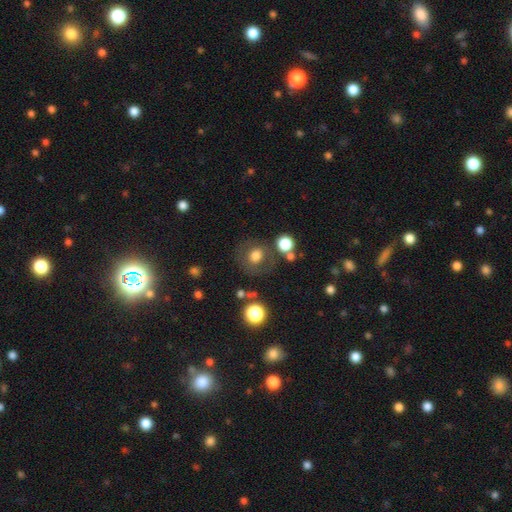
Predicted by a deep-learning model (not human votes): smooth_or_featured: smooth (p=0.71) [alt: featured or disk p=0.16]
how_rounded: round (p=0.85) [alt: in between p=0.14]
merging: none (p=0.71) [alt: minor disturbance p=0.14]